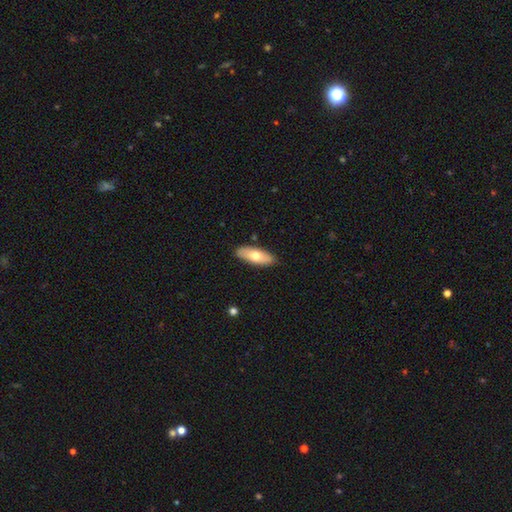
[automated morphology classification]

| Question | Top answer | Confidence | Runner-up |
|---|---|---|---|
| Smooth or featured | smooth | 65% | featured or disk (29%) |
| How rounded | in between | 76% | cigar-shaped (22%) |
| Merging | none | 87% | minor disturbance (10%) |